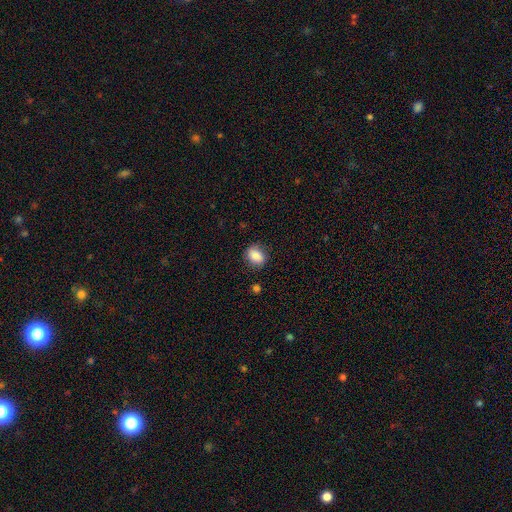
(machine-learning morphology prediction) smooth_or_featured: smooth (p=0.85) [alt: star or artifact p=0.08]
how_rounded: in between (p=0.63) [alt: round p=0.35]
merging: none (p=0.79) [alt: minor disturbance p=0.15]